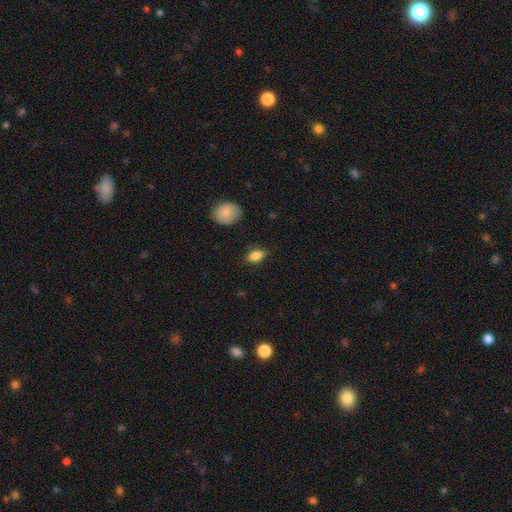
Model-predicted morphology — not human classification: smooth 87%, star or artifact 8%, featured or disk 5%. Down the decision tree: how rounded — in between (88%); merging — none (82%).